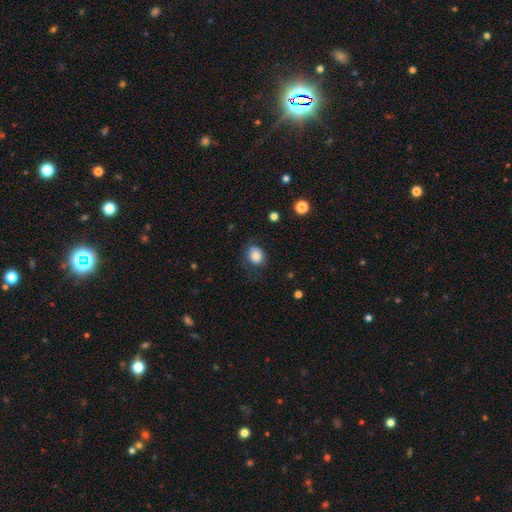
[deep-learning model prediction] smooth 83%, star or artifact 9%, featured or disk 8%. Down the decision tree: how rounded — round (54%); merging — none (69%).